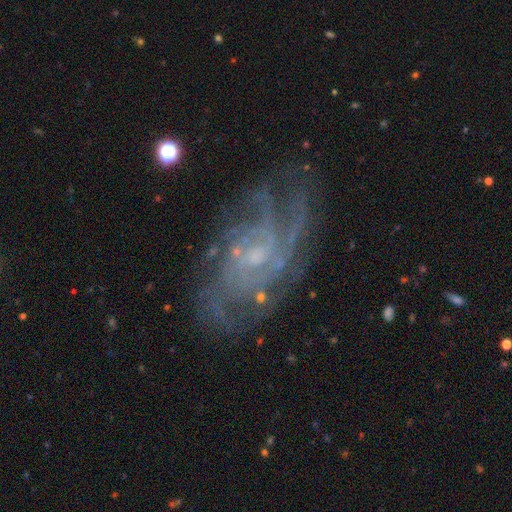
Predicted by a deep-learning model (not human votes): This appears to be a featured or disk galaxy (86%) with no bar (56%), tight (54%) spiral arms (95%) and a small central bulge (70%). Merging: none (72%).